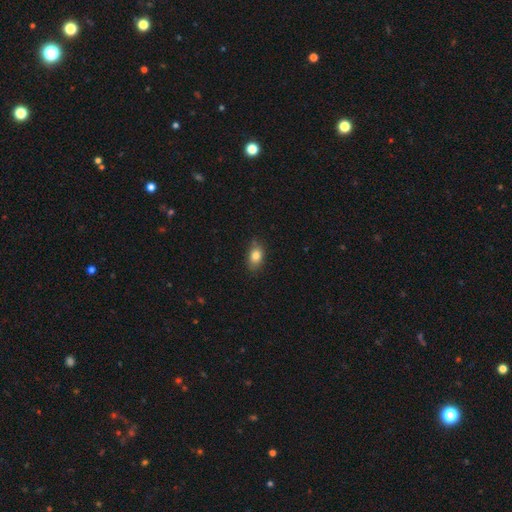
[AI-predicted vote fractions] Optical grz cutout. It shows a smooth galaxy with no disk features (83%) that is in between round and cigar-shaped (83%). Merging: none (78%).